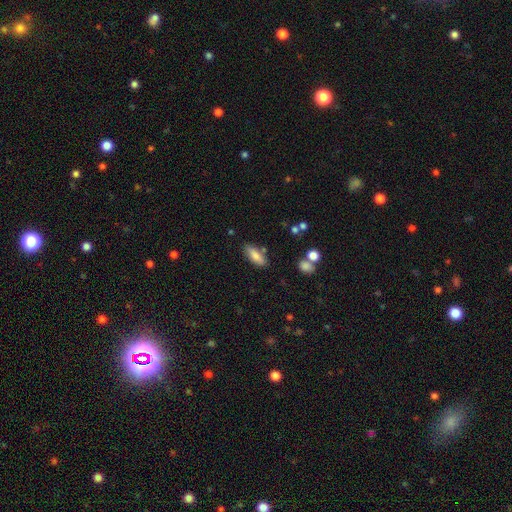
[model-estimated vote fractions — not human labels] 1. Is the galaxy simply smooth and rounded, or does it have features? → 81% smooth, 12% featured or disk, 7% star or artifact.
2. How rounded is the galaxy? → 73% in between, 25% cigar-shaped, 2% round.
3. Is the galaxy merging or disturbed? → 80% none, 13% minor disturbance, 5% merger, 3% major disturbance.